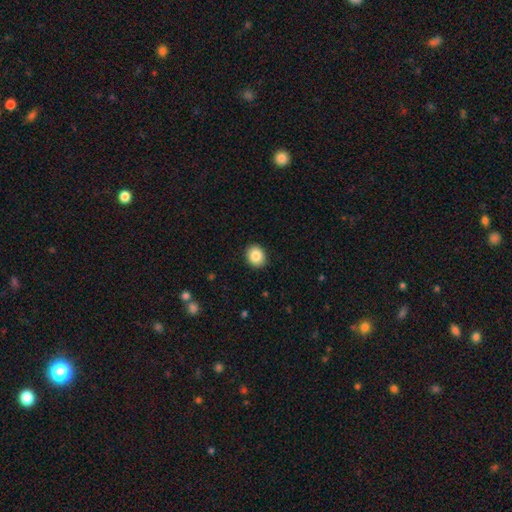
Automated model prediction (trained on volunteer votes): Q: Smooth or featured?
A: smooth (86%); runner-up: star or artifact (8%)
Q: How rounded?
A: round (63%); runner-up: in between (36%)
Q: Merging?
A: none (91%); runner-up: minor disturbance (6%)